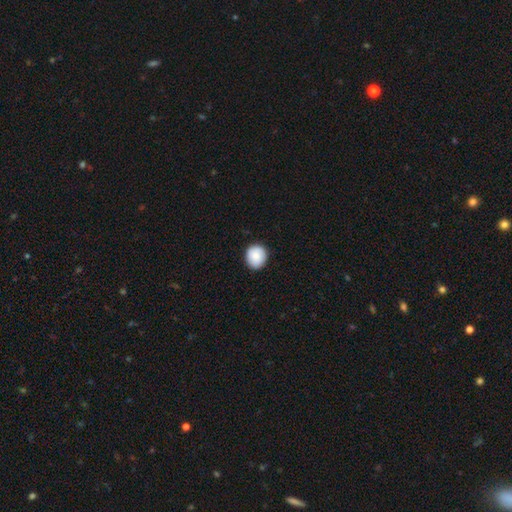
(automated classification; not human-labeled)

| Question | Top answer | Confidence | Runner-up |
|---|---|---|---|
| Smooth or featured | smooth | 85% | featured or disk (8%) |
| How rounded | round | 83% | in between (17%) |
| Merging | none | 87% | minor disturbance (10%) |